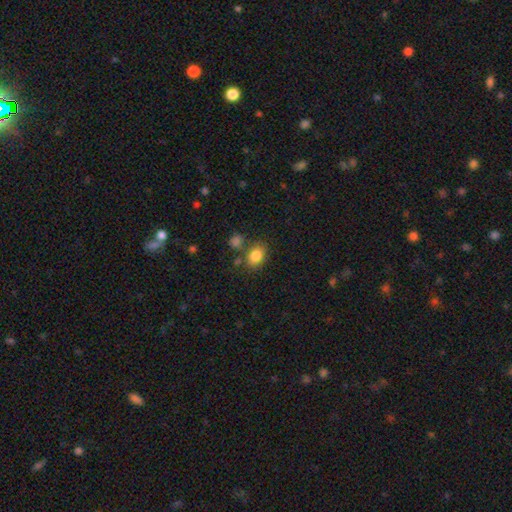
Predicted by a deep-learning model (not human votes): smooth_or_featured: smooth (p=0.83) [alt: star or artifact p=0.10]
how_rounded: in between (p=0.61) [alt: round p=0.38]
merging: none (p=0.68) [alt: minor disturbance p=0.15]